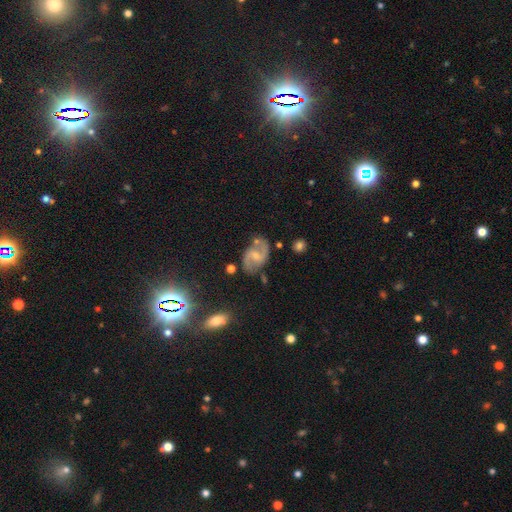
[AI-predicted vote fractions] This is clearly a featured or disk galaxy (82%). It is clearly not viewed edge-on (98%). Bar: possibly weak (55%). Spiral arm pattern: clearly yes (94%). Spiral arm count: clearly 2 (92%). Spiral winding: possibly medium (52%). Central bulge: possibly small (52%). Merging: likely none (72%).